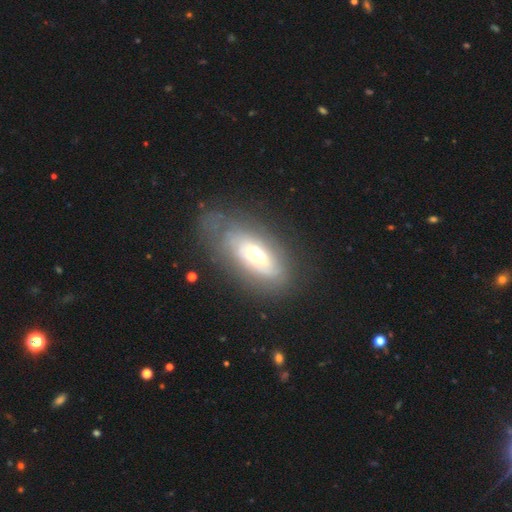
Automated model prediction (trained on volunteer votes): Smooth or featured? Predicted: featured or disk (p=0.55). Edge-on disk? Predicted: no (p=0.84). Merging? Predicted: none (p=0.61).